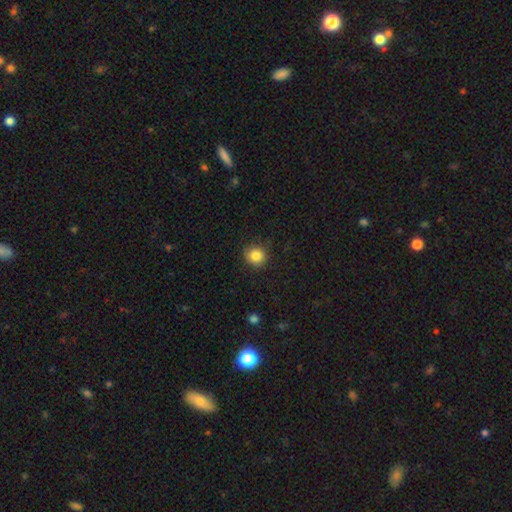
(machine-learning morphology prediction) Smooth or featured: smooth — 85% (star or artifact — 10%)
How rounded: round — 90% (in between — 9%)
Merging: none — 87% (minor disturbance — 9%)